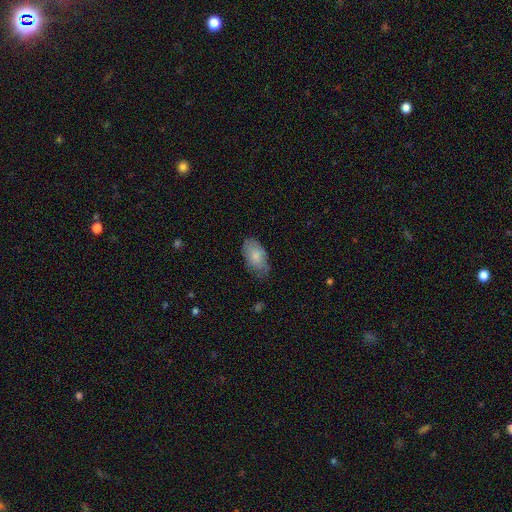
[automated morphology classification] smooth_or_featured: smooth (p=0.82) [alt: featured or disk p=0.13]
how_rounded: in between (p=0.94) [alt: round p=0.04]
merging: none (p=0.67) [alt: minor disturbance p=0.26]